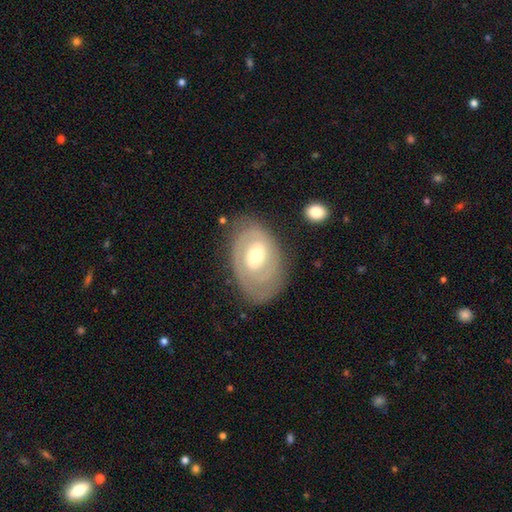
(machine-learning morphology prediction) type=featured or disk (69%); edge-on=no (94%); bar=no (47%); spiral arms=yes (65%); bulge=moderate (65%); merging=none (72%).